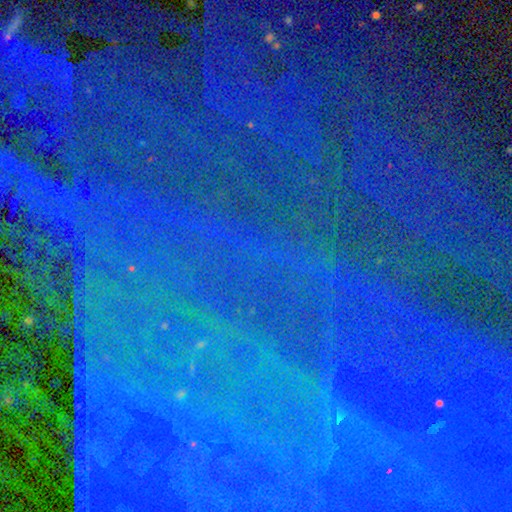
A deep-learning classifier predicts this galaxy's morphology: This appears to be a star or artifact, not a galaxy (85%).